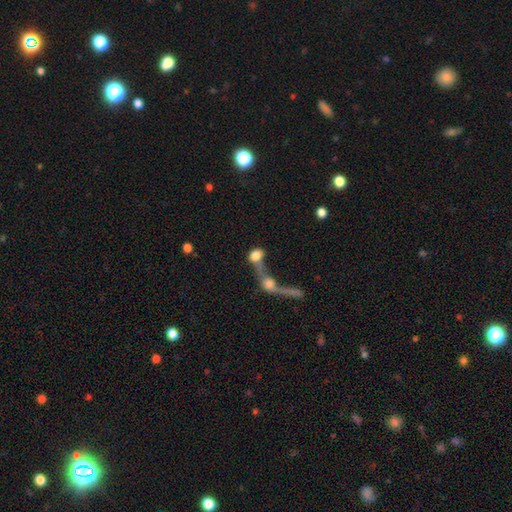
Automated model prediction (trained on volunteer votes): Morphology: type=smooth (69%); roundness=in between (48%); merging=merger (68%).